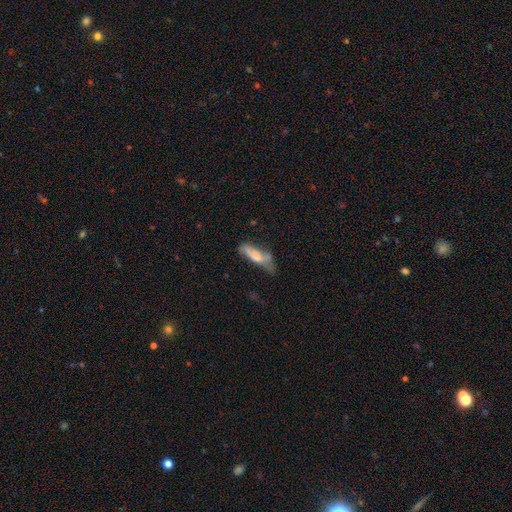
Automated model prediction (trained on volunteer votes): smooth_or_featured: smooth (p=0.61) [alt: featured or disk p=0.31]
how_rounded: cigar-shaped (p=0.53) [alt: in between p=0.45]
merging: none (p=0.36) [alt: minor disturbance p=0.32]